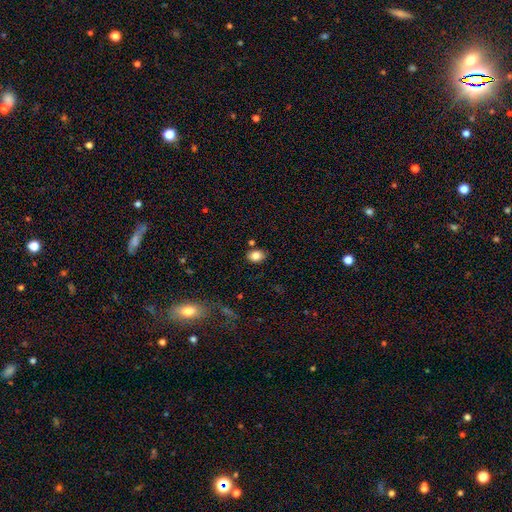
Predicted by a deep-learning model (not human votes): The model was most divided on "how rounded": in between: 73%, round: 26%, cigar-shaped: 1%. More confident: smooth or featured — smooth (84%); merging — none (80%).